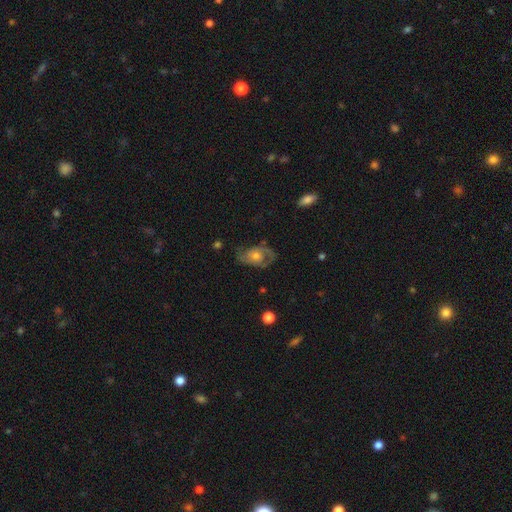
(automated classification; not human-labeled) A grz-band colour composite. It shows a featured or disk galaxy (70%) with no bar (78%), 2 (70%) medium (44%) spiral arms (82%) and a moderate central bulge (61%). Merging: none (60%).